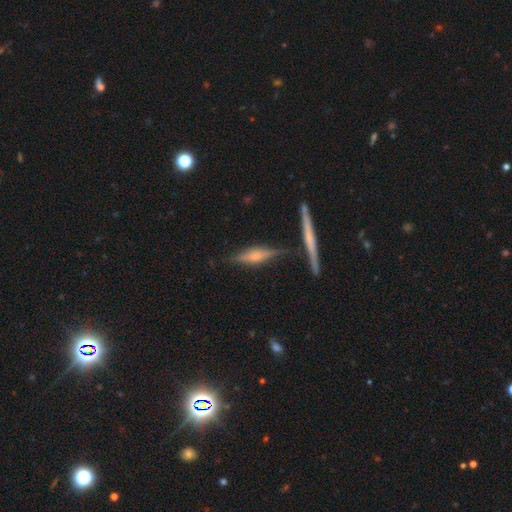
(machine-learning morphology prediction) Smooth or featured: featured or disk — 63% (smooth — 28%)
Edge-on disk: yes — 95% (no — 5%)
Edge-on bulge: rounded — 70% (boxy — 17%)
Merging: none — 74% (minor disturbance — 15%)